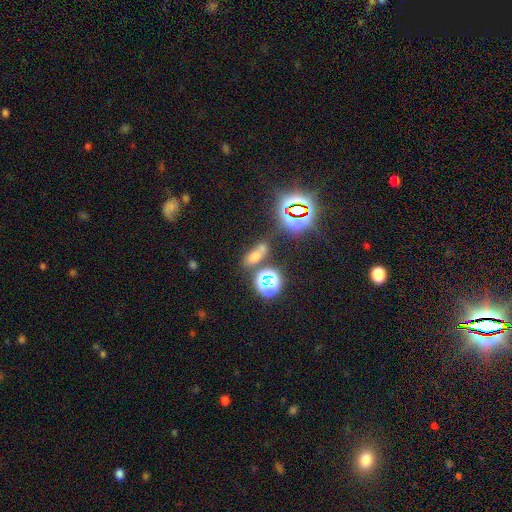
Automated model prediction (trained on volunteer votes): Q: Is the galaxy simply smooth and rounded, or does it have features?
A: smooth — 53%.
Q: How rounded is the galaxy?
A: in between — 66%.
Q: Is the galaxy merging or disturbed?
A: none — 50%.